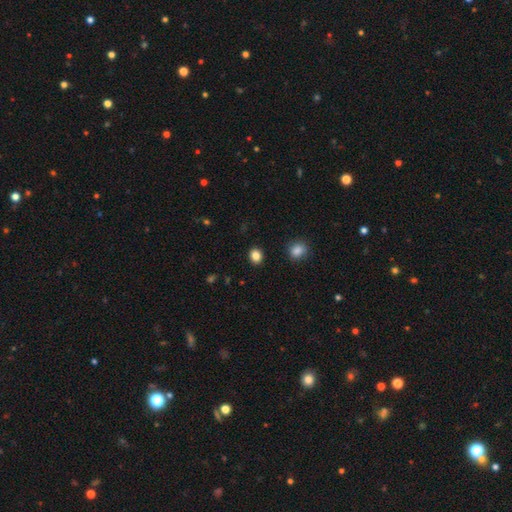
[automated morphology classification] Overall: smooth (84%). How rounded: round (67%; in between 32%). Merging: none (91%).